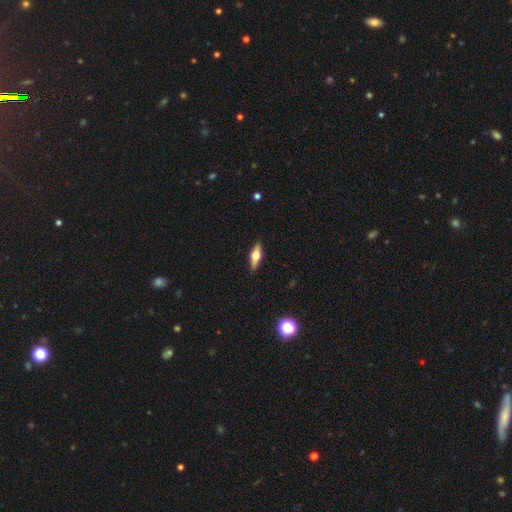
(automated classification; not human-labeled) Q: Smooth or featured?
A: featured or disk (59%); runner-up: smooth (34%)
Q: Edge-on disk?
A: yes (94%); runner-up: no (6%)
Q: Edge-on bulge?
A: rounded (95%); runner-up: boxy (4%)
Q: Merging?
A: none (90%); runner-up: minor disturbance (7%)